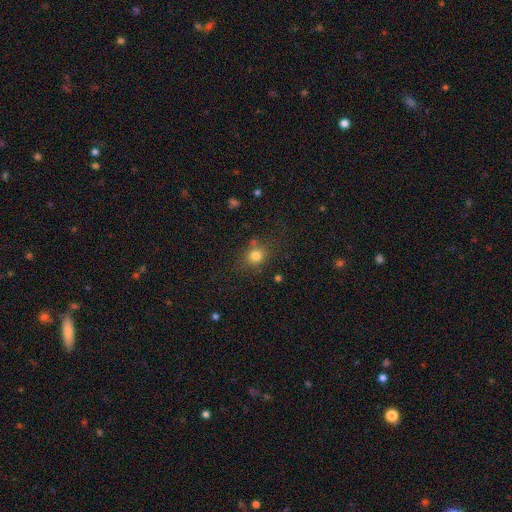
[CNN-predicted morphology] Q: Smooth or featured?
A: smooth (79%); runner-up: star or artifact (14%)
Q: How rounded?
A: round (75%); runner-up: in between (24%)
Q: Merging?
A: none (74%); runner-up: minor disturbance (15%)